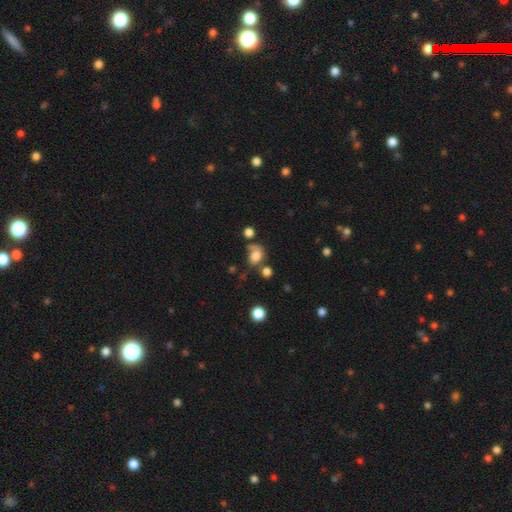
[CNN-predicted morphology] smooth-or-featured: smooth: 70% | featured or disk: 17% | star or artifact: 13%
  how-rounded: round: 50% | in between: 49% | cigar-shaped: 1%
  merging: none: 39% | minor disturbance: 22% | major disturbance: 20% | merger: 19%